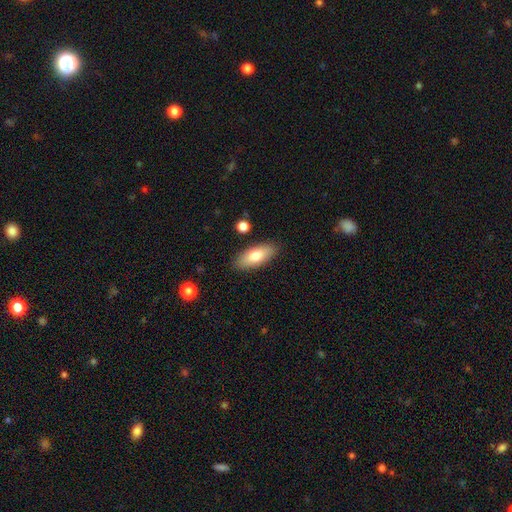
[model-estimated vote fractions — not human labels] This is likely a smooth galaxy (75%). How rounded: clearly in between (81%). Merging: clearly none (86%).